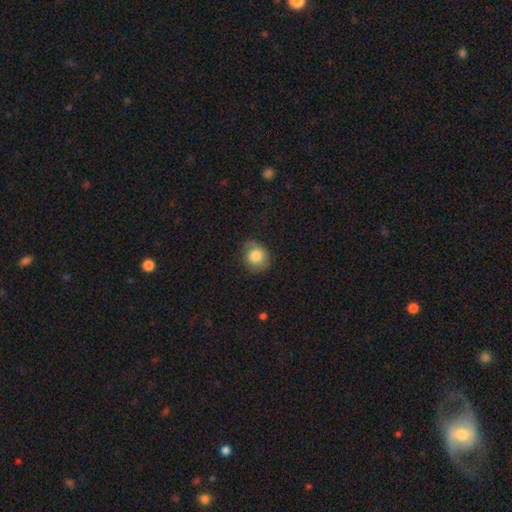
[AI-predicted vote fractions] smooth-or-featured: smooth: 79% | featured or disk: 13% | star or artifact: 8%
  how-rounded: round: 72% | in between: 27% | cigar-shaped: 1%
  merging: none: 63% | minor disturbance: 26% | major disturbance: 9% | merger: 1%